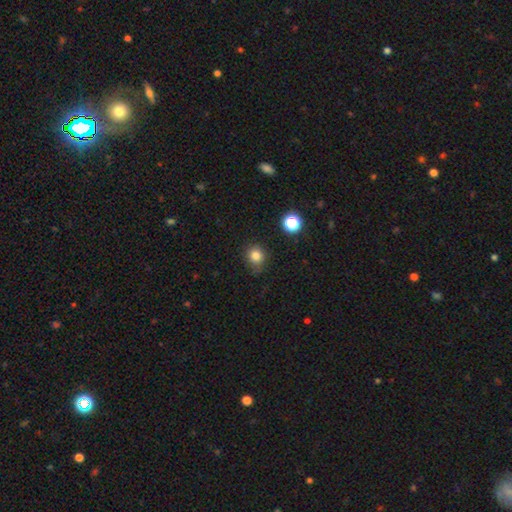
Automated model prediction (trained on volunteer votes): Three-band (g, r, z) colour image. It shows a smooth galaxy with no disk features (81%) that is round (84%). Merging: none (76%).